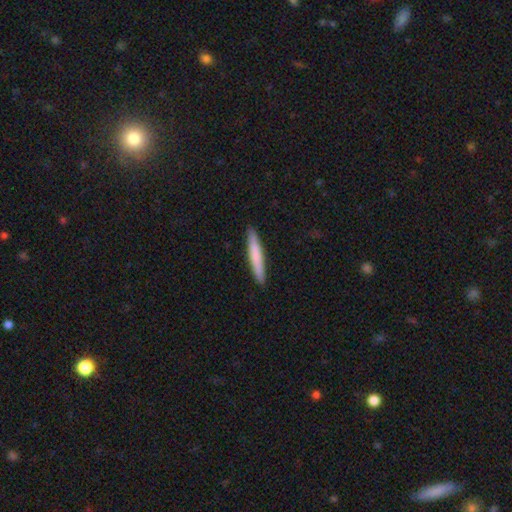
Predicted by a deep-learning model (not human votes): Morphology: type=smooth (74%); roundness=cigar-shaped (95%); merging=none (92%).